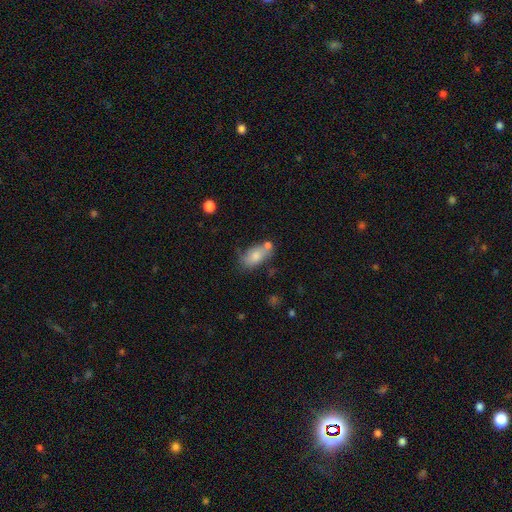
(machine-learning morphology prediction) Smooth or featured: smooth — 75% (featured or disk — 17%)
How rounded: in between — 89% (cigar-shaped — 6%)
Merging: none — 49% (merger — 22%)